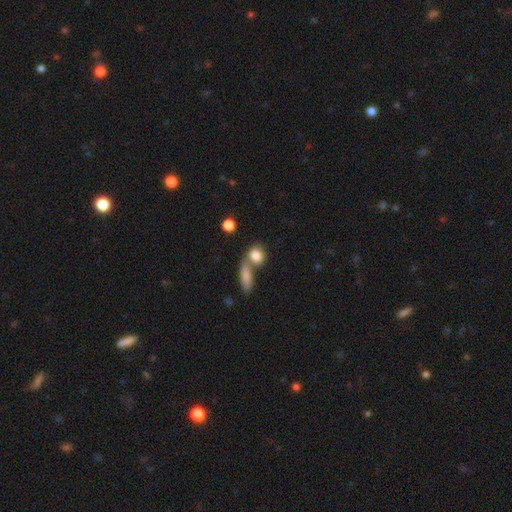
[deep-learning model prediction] Smooth or featured? Predicted: smooth (p=0.83). How rounded? Predicted: round (p=0.49). Merging? Predicted: merger (p=0.44).